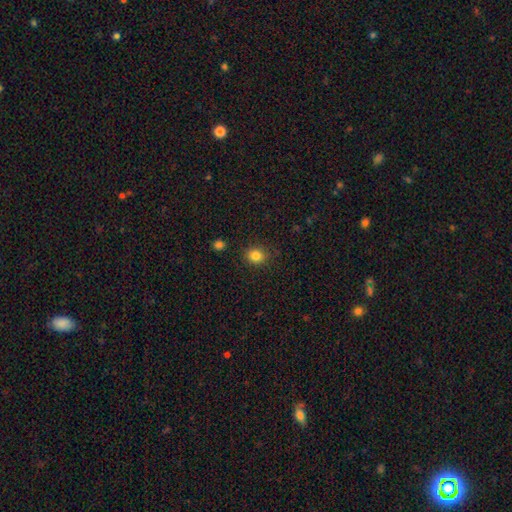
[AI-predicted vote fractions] This appears to be a smooth galaxy with no disk features (83%) that is round (74%). Merging: none (86%).